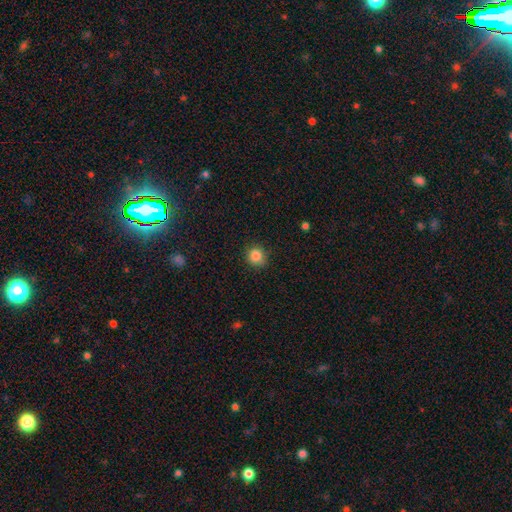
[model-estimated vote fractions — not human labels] Smooth or featured?
  - smooth: 85% *
  - star or artifact: 11%
  - featured or disk: 4%
How rounded?
  - round: 88% *
  - in between: 11%
  - cigar-shaped: 1%
Merging?
  - none: 85% *
  - minor disturbance: 11%
  - major disturbance: 3%
  - merger: 1%